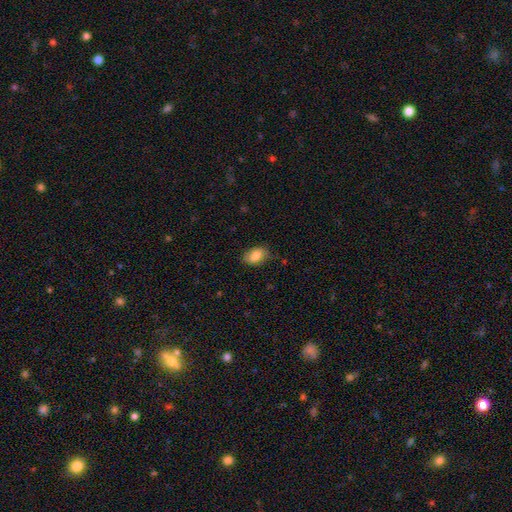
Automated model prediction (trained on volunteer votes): Smooth or featured: smooth — 84% (featured or disk — 8%)
How rounded: in between — 87% (round — 12%)
Merging: none — 79% (minor disturbance — 17%)